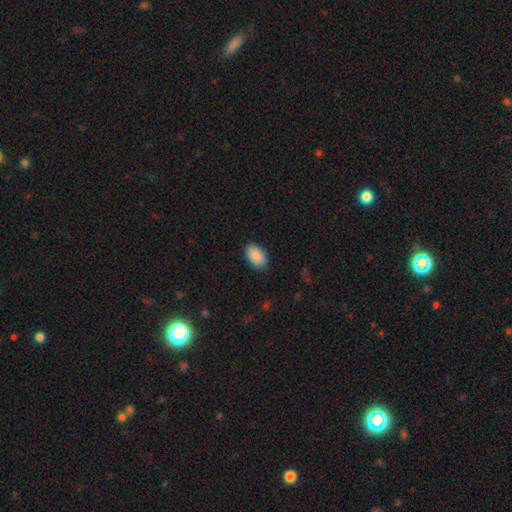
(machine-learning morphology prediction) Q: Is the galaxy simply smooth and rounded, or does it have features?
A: smooth — 91%.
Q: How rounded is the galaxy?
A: in between — 93%.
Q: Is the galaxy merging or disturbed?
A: none — 88%.